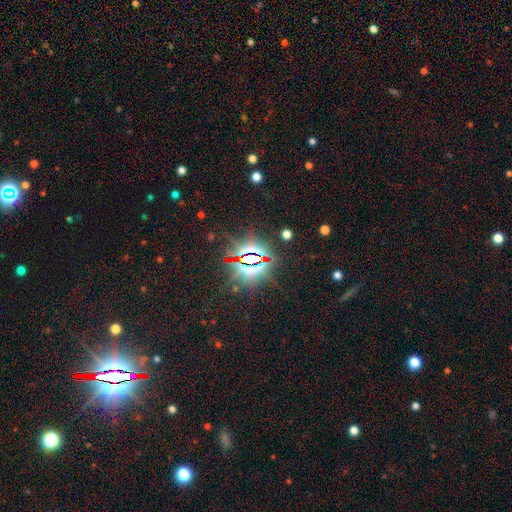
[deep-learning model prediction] A star or artifact, not a galaxy (86%).

Vote fractions:
- Smooth or featured? star or artifact: 86% / smooth: 7% / featured or disk: 7%